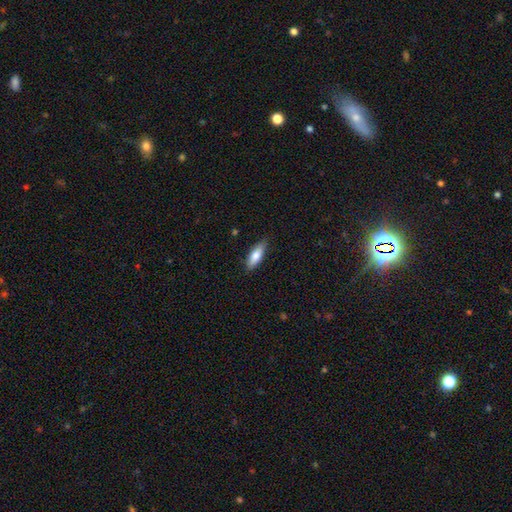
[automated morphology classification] type=smooth (77%); roundness=in between (57%); merging=none (84%).